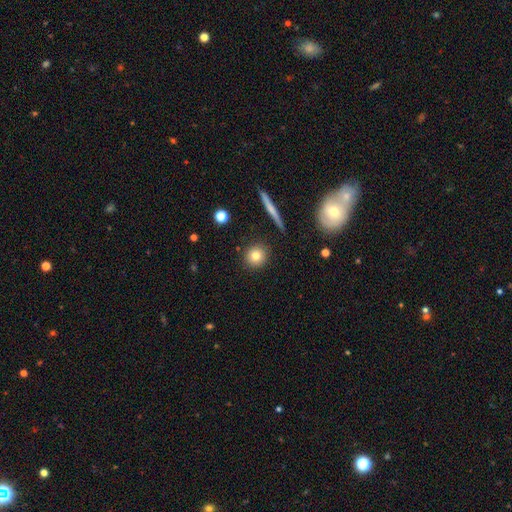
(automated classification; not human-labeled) Smooth or featured?
  - smooth: 78% *
  - featured or disk: 12%
  - star or artifact: 10%
How rounded?
  - round: 90% *
  - in between: 8%
  - cigar-shaped: 2%
Merging?
  - none: 89% *
  - minor disturbance: 6%
  - major disturbance: 2%
  - merger: 2%